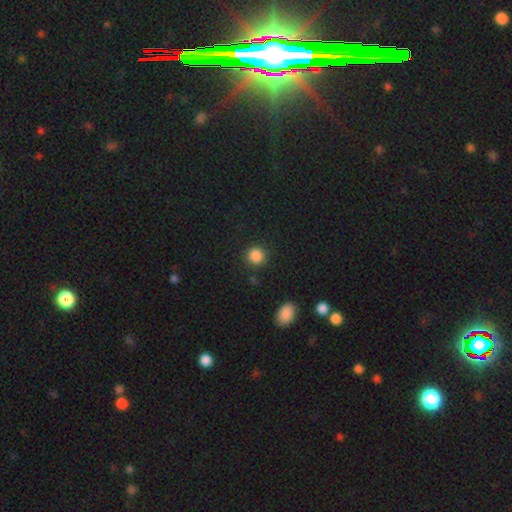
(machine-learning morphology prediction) smooth_or_featured: smooth (p=0.87) [alt: star or artifact p=0.10]
how_rounded: round (p=0.89) [alt: in between p=0.10]
merging: none (p=0.88) [alt: minor disturbance p=0.07]